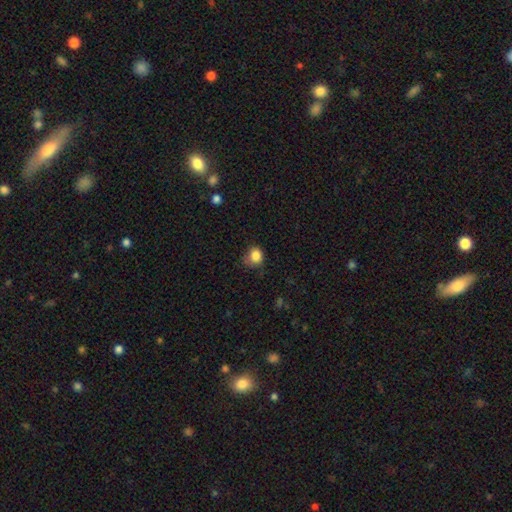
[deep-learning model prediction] smooth 84%, star or artifact 11%, featured or disk 5%. Down the decision tree: how rounded — round (75%); merging — none (61%).